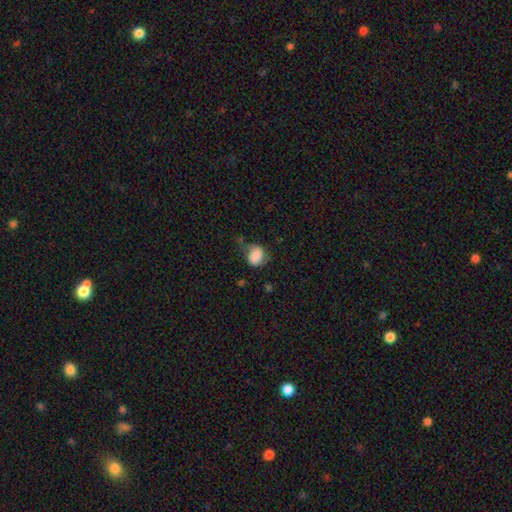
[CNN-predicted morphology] Q: Smooth or featured?
A: smooth (66%); runner-up: featured or disk (25%)
Q: How rounded?
A: round (59%); runner-up: in between (40%)
Q: Merging?
A: none (43%); runner-up: minor disturbance (34%)